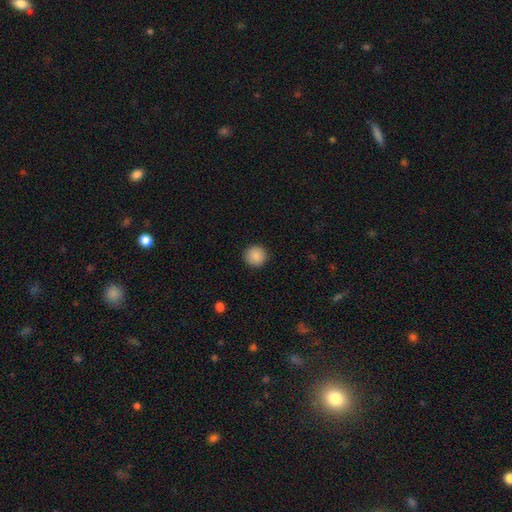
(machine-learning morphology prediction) The model was most divided on "smooth or featured": smooth: 89%, star or artifact: 8%, featured or disk: 3%. More confident: how rounded — round (94%); merging — none (92%).